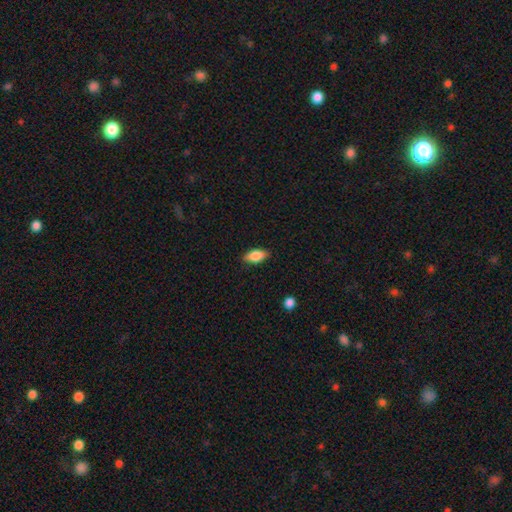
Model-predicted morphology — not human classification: Smooth or featured: smooth — 82% (featured or disk — 11%)
How rounded: in between — 88% (cigar-shaped — 8%)
Merging: none — 86% (minor disturbance — 11%)